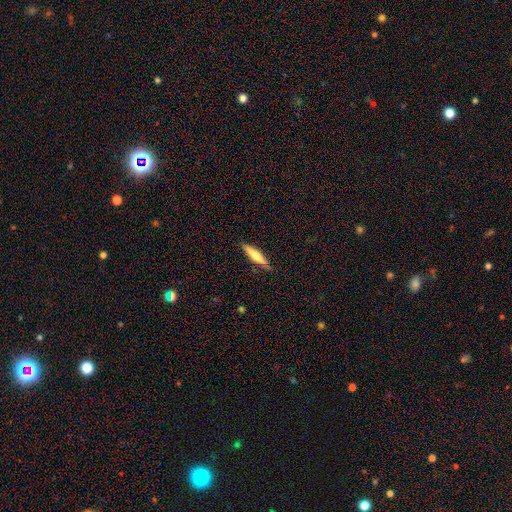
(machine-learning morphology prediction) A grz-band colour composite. It shows a smooth galaxy with no disk features (58%) that is cigar-shaped (83%). Merging: none (84%).